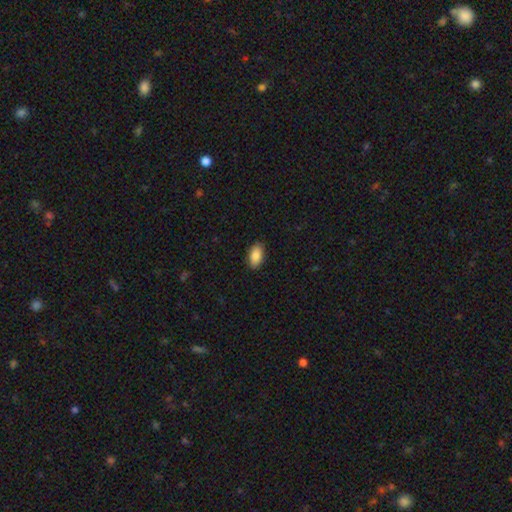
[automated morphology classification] type=smooth (88%); roundness=in between (94%); merging=none (89%).